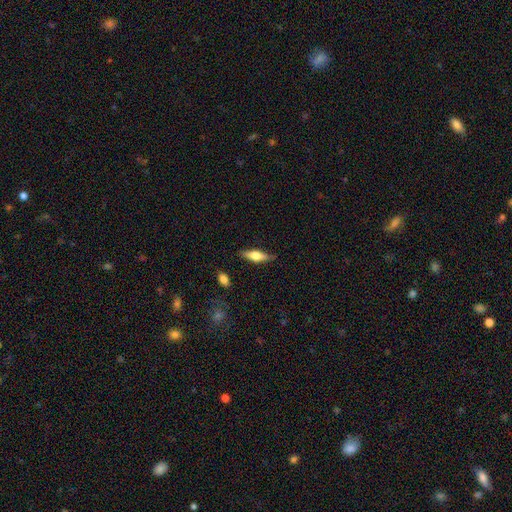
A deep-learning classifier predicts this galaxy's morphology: Smooth or featured: featured or disk — 48% (smooth — 46%)
Merging: none — 83% (minor disturbance — 13%)